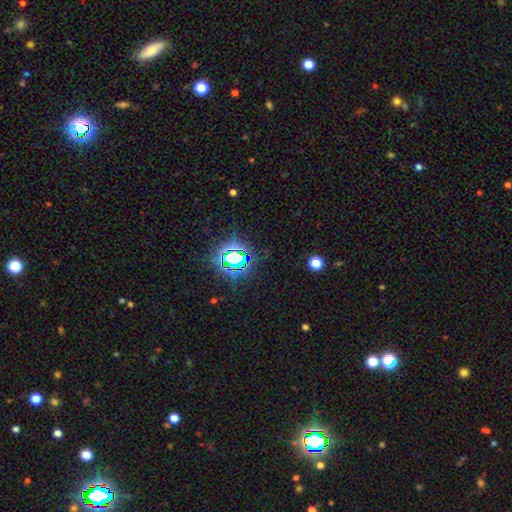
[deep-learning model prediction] The model was most divided on "smooth or featured": star or artifact: 81%, smooth: 12%, featured or disk: 7%.